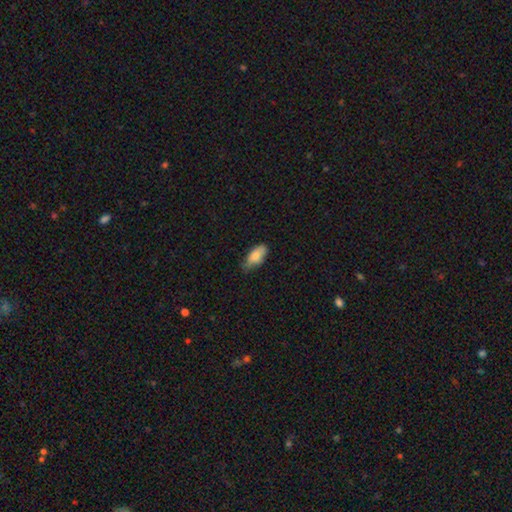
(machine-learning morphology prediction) Smooth or featured: smooth — 80% (featured or disk — 13%)
How rounded: in between — 87% (cigar-shaped — 10%)
Merging: none — 62% (minor disturbance — 32%)